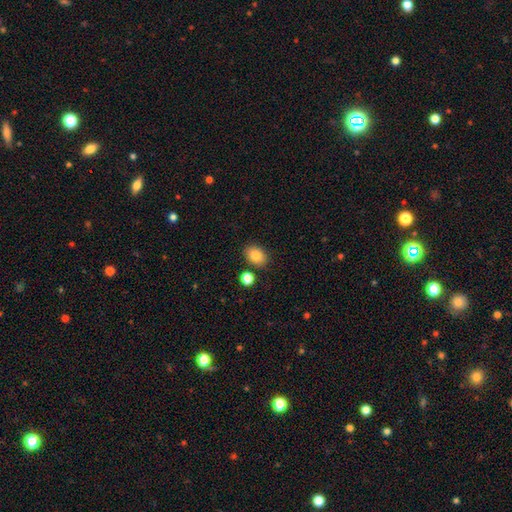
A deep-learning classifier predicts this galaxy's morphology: Smooth or featured: smooth — 83% (star or artifact — 9%)
How rounded: in between — 71% (round — 28%)
Merging: none — 83% (minor disturbance — 10%)